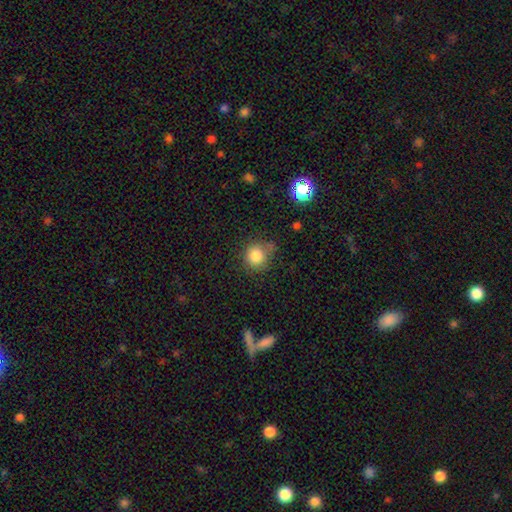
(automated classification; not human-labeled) Smooth or featured?
  - smooth: 83% *
  - star or artifact: 11%
  - featured or disk: 6%
How rounded?
  - round: 88% *
  - in between: 12%
  - cigar-shaped: 1%
Merging?
  - none: 68% *
  - minor disturbance: 21%
  - major disturbance: 6%
  - merger: 5%